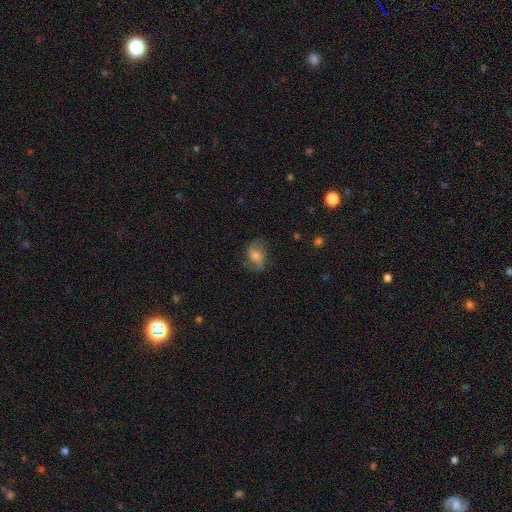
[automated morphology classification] This appears to be a smooth galaxy with no disk features (46%). Merging: none (68%).